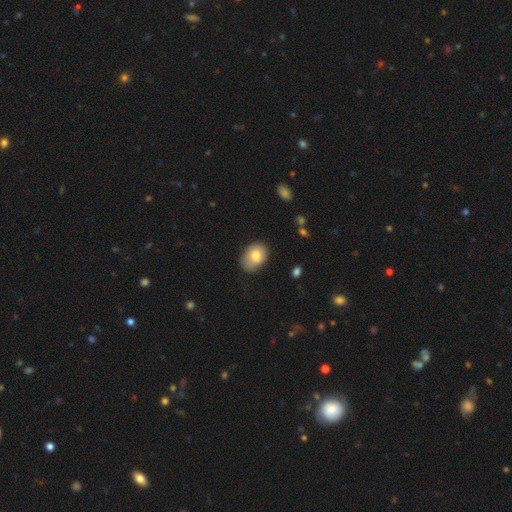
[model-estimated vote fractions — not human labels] A smooth galaxy with no disk features (78%) that is in between round and cigar-shaped (69%).

Vote fractions:
- Smooth or featured? smooth: 78% / featured or disk: 14% / star or artifact: 8%
- How rounded? in between: 69% / round: 30% / cigar-shaped: 1%
- Merging? none: 67% / minor disturbance: 26% / major disturbance: 5% / merger: 2%